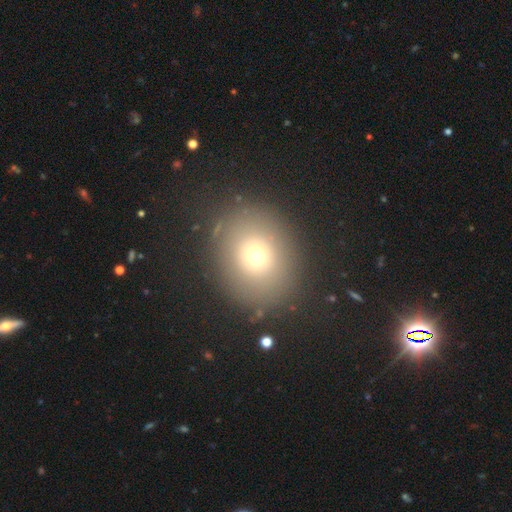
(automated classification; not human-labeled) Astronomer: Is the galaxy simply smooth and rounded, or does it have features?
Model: smooth — 68%.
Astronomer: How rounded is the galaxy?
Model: round — 66%.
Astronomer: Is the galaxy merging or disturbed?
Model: none — 84%.